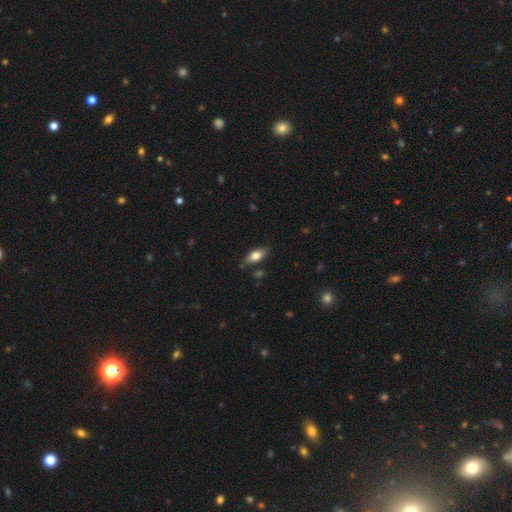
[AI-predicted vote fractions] smooth 69%, featured or disk 24%, star or artifact 7%. Down the decision tree: how rounded — in between (81%); merging — none (76%).